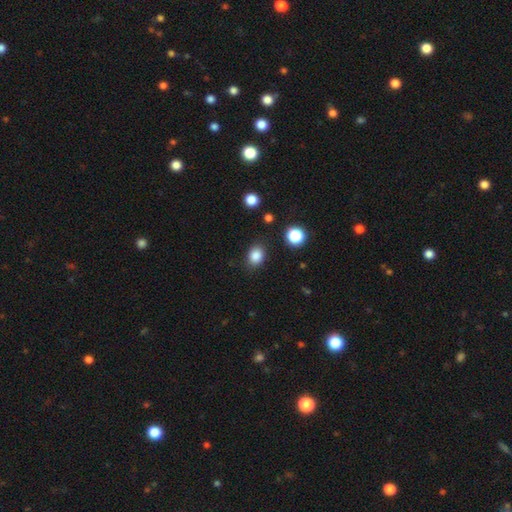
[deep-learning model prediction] Morphology: type=smooth (85%); roundness=in between (53%); merging=none (83%).